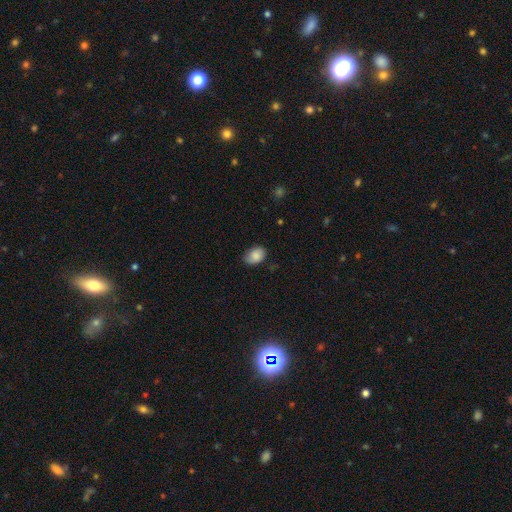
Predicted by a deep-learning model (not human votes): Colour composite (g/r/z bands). It shows a smooth galaxy with no disk features (86%) that is in between round and cigar-shaped (80%). Merging: none (78%).